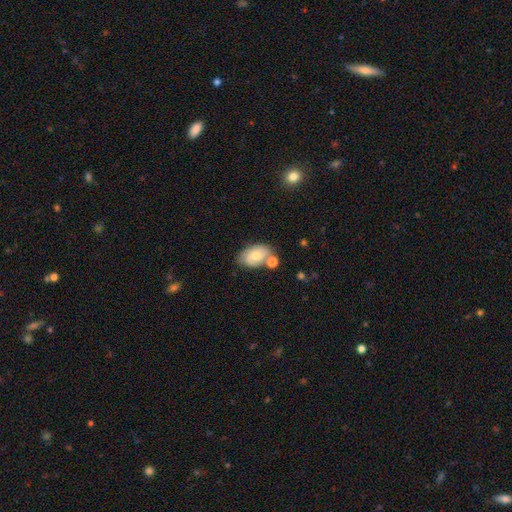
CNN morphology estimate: A smooth galaxy with no disk features (58%) that is in between round and cigar-shaped (87%).

Vote fractions:
- Smooth or featured? smooth: 58% / featured or disk: 34% / star or artifact: 8%
- How rounded? in between: 87% / round: 11% / cigar-shaped: 2%
- Merging? none: 53% / merger: 21% / minor disturbance: 20% / major disturbance: 6%